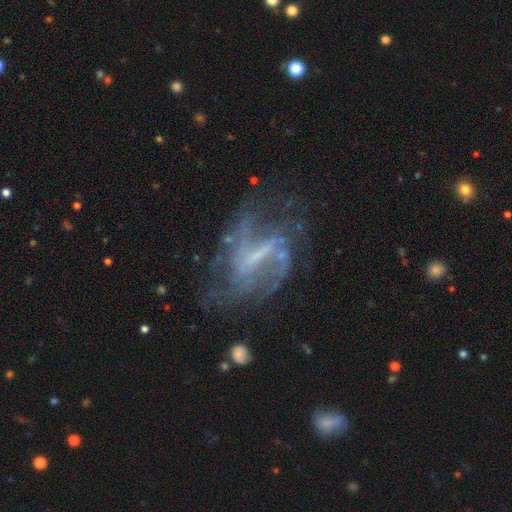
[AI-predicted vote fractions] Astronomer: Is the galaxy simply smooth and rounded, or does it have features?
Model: featured or disk — 81%.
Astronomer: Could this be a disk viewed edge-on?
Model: no — 95%.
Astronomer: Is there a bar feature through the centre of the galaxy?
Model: weak — 43% (runner-up: strong, 39%).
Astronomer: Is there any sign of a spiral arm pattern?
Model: yes — 80%.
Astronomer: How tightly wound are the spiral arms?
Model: loose — 41% (runner-up: medium, 39%).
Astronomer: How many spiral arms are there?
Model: can't tell — 35%, tied with 2 at 35%.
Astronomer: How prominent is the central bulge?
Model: small — 42% (runner-up: none, 36%).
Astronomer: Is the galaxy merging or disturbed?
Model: none — 50% (runner-up: major disturbance, 26%).